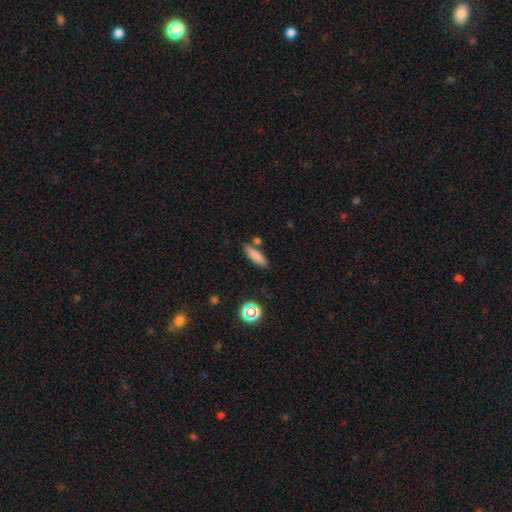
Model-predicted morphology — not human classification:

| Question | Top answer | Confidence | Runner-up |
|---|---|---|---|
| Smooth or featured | smooth | 83% | star or artifact (10%) |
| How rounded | cigar-shaped | 52% | in between (46%) |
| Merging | none | 77% | minor disturbance (12%) |